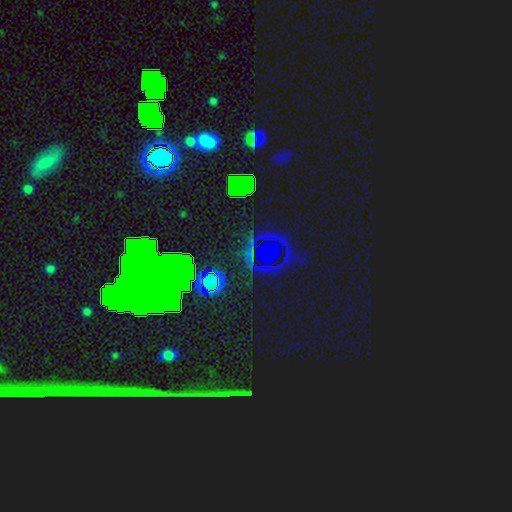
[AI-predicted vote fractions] This is likely a star or artifact rather than a galaxy (79%).